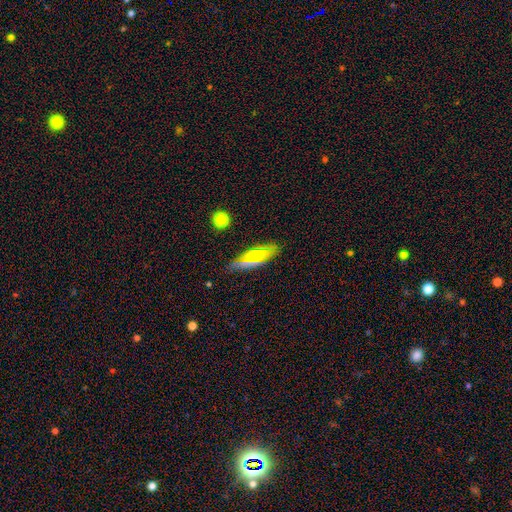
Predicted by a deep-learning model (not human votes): A smooth galaxy with no disk features (59%) that is in between round and cigar-shaped (62%). Merging: none (82%).